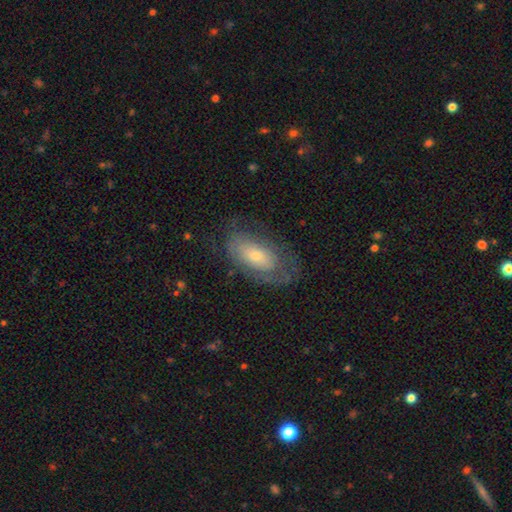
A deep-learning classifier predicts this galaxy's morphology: Smooth or featured? Predicted: smooth (p=0.48). Merging? Predicted: none (p=0.60).